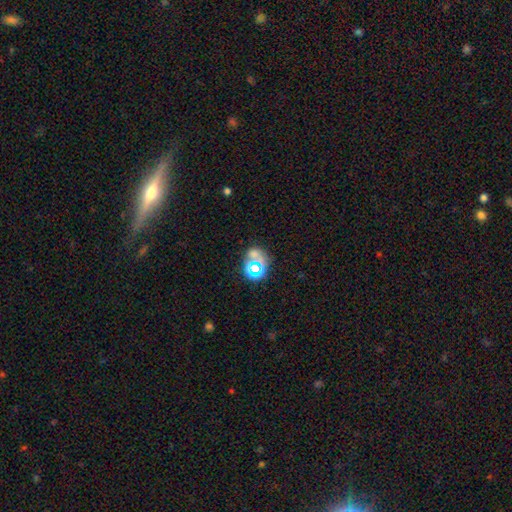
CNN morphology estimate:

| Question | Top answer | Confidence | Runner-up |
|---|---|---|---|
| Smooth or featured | star or artifact | 44% | smooth (42%) |